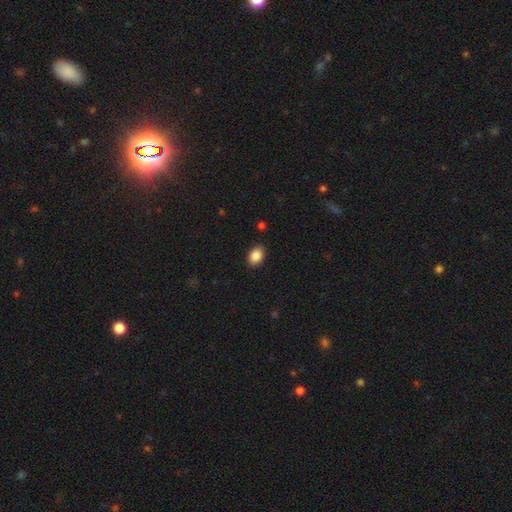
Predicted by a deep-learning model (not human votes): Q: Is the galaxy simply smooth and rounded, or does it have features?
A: smooth — 87%.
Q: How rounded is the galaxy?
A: in between — 81%.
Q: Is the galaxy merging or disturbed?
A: none — 89%.